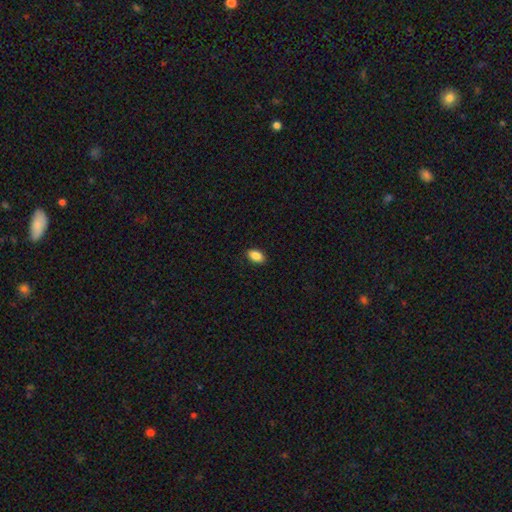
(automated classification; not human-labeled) Q: Smooth or featured?
A: smooth (88%); runner-up: star or artifact (8%)
Q: How rounded?
A: in between (91%); runner-up: round (6%)
Q: Merging?
A: none (89%); runner-up: minor disturbance (8%)